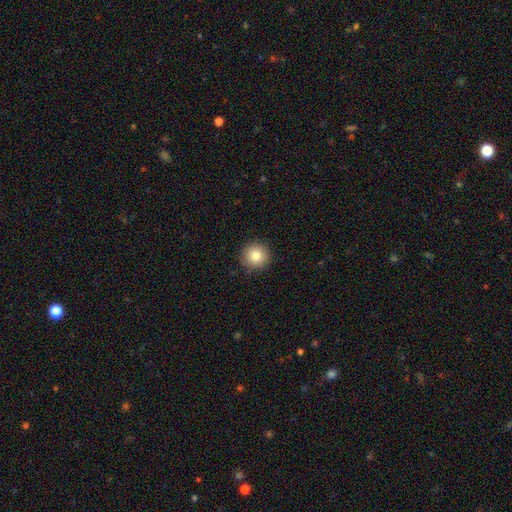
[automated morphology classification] type=smooth (82%); roundness=round (96%); merging=none (92%).